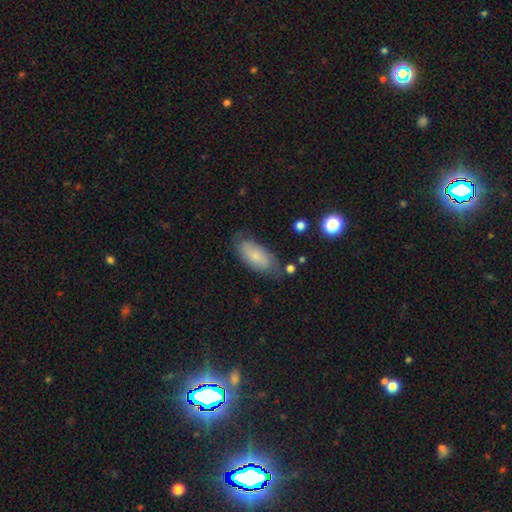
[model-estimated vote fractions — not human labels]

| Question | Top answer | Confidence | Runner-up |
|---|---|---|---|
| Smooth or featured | smooth | 73% | featured or disk (20%) |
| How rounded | in between | 86% | cigar-shaped (11%) |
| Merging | none | 70% | minor disturbance (22%) |